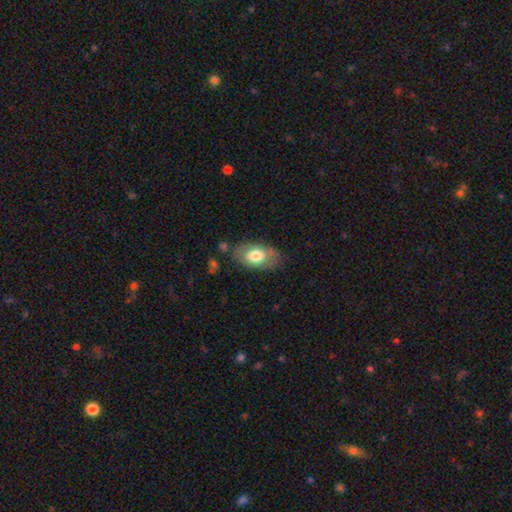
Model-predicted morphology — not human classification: A smooth galaxy with no disk features (61%) that is in between round and cigar-shaped (90%).

Vote fractions:
- Smooth or featured? smooth: 61% / featured or disk: 33% / star or artifact: 6%
- How rounded? in between: 90% / round: 8% / cigar-shaped: 2%
- Merging? none: 71% / minor disturbance: 19% / major disturbance: 6% / merger: 4%